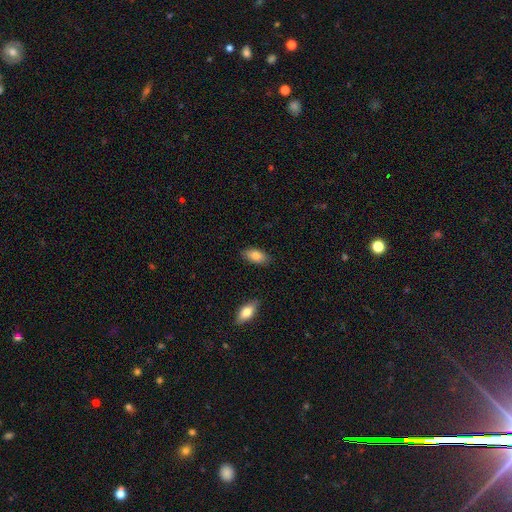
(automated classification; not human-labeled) Morphology: type=smooth (83%); roundness=in between (92%); merging=none (86%).